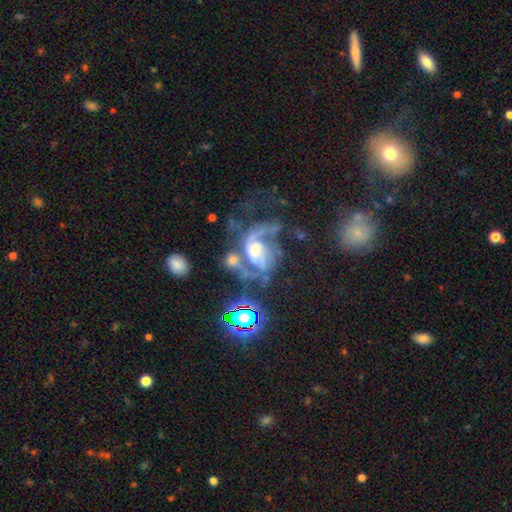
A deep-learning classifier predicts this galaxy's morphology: featured or disk 80%, star or artifact 11%, smooth 9%. Down the decision tree: edge-on disk — no (97%); bar — no (49%); spiral arms — yes (90%); spiral arm count — 2 (55%); spiral winding — medium (47%); bulge size — moderate (38%); merging — major disturbance (35%).